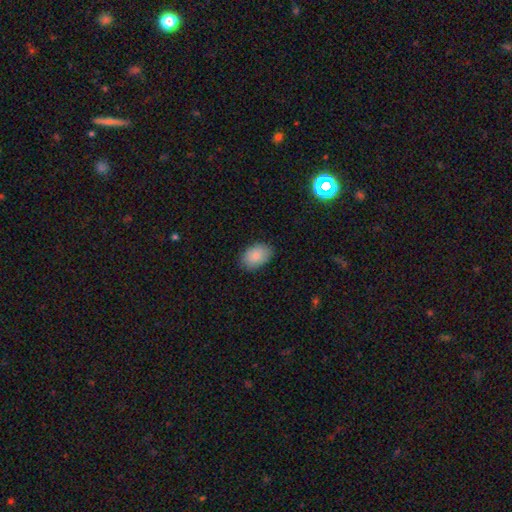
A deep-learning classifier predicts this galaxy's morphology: Q: Smooth or featured?
A: smooth (86%); runner-up: star or artifact (8%)
Q: How rounded?
A: in between (84%); runner-up: round (15%)
Q: Merging?
A: none (85%); runner-up: minor disturbance (12%)